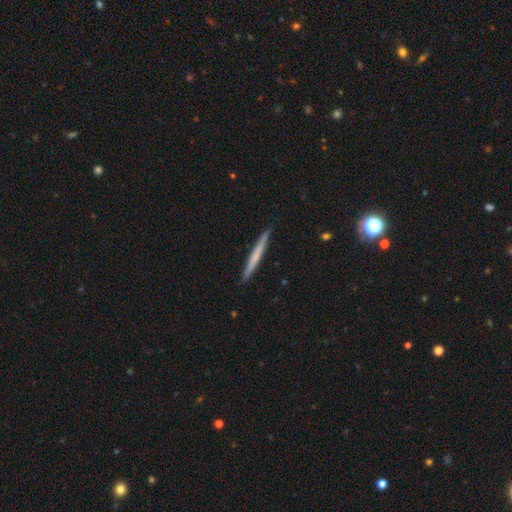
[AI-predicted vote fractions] Smooth or featured? smooth (54%)
How rounded? cigar-shaped (97%)
Merging? none (91%)